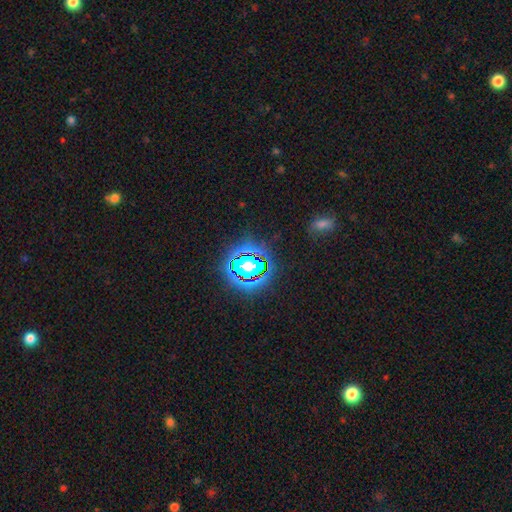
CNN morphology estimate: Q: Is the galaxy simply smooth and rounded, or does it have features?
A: star or artifact — 64%.